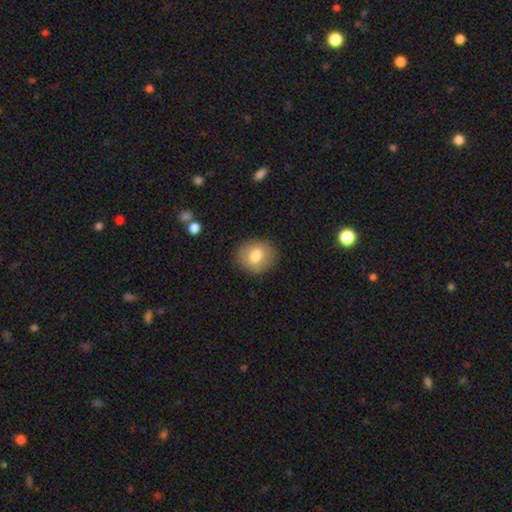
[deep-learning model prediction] A smooth galaxy with no disk features (75%) that is round (67%). Merging: none (87%).